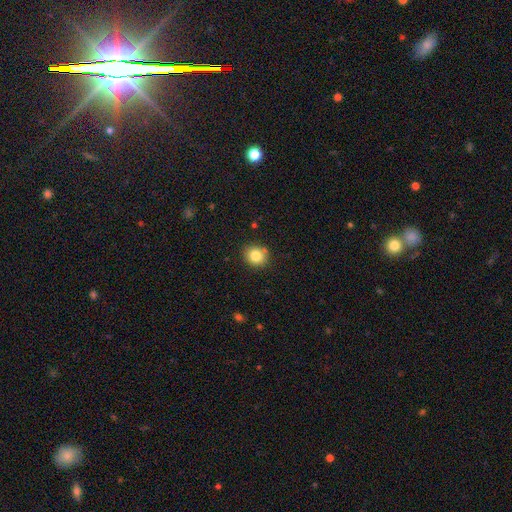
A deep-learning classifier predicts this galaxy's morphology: smooth_or_featured: smooth (p=0.82) [alt: star or artifact p=0.11]
how_rounded: round (p=0.79) [alt: in between p=0.20]
merging: none (p=0.84) [alt: minor disturbance p=0.10]